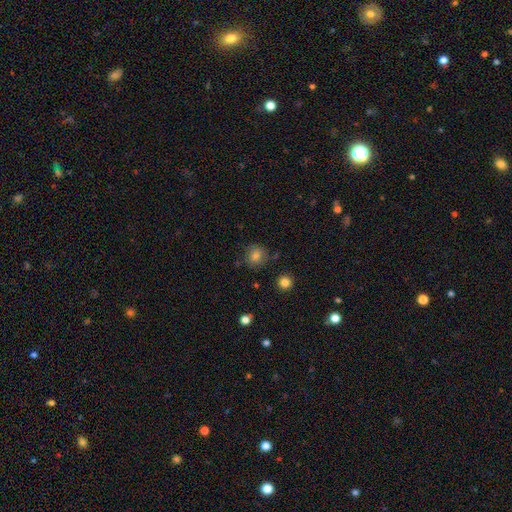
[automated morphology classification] type=smooth (79%); roundness=round (82%); merging=none (79%).